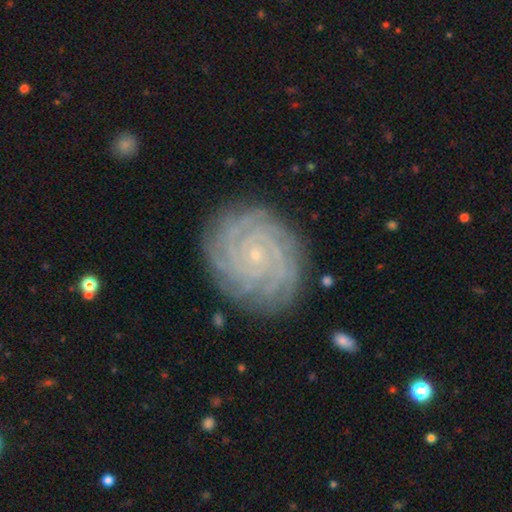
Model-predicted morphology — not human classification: Q: Smooth or featured?
A: featured or disk (89%); runner-up: star or artifact (6%)
Q: Edge-on disk?
A: no (98%); runner-up: yes (2%)
Q: Bar?
A: no (80%); runner-up: weak (15%)
Q: Spiral arms?
A: yes (98%); runner-up: no (2%)
Q: Spiral winding?
A: tight (89%); runner-up: medium (9%)
Q: Spiral arm count?
A: 4 (26%); runner-up: more than 4 (21%)
Q: Bulge size?
A: small (89%); runner-up: moderate (8%)
Q: Merging?
A: none (85%); runner-up: minor disturbance (11%)